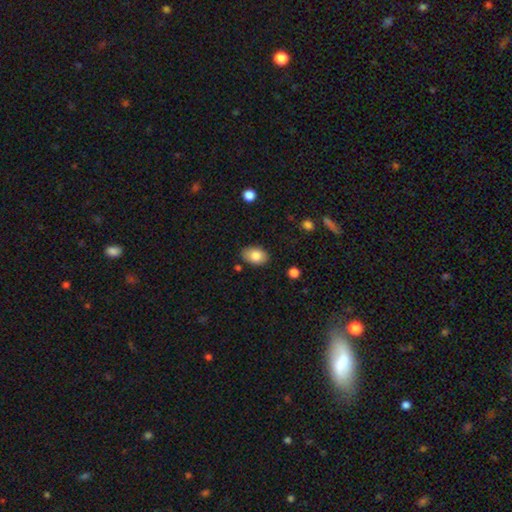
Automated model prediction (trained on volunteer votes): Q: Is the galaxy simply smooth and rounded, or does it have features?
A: smooth — 82%.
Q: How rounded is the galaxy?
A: in between — 86%.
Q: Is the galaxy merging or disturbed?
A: none — 83%.